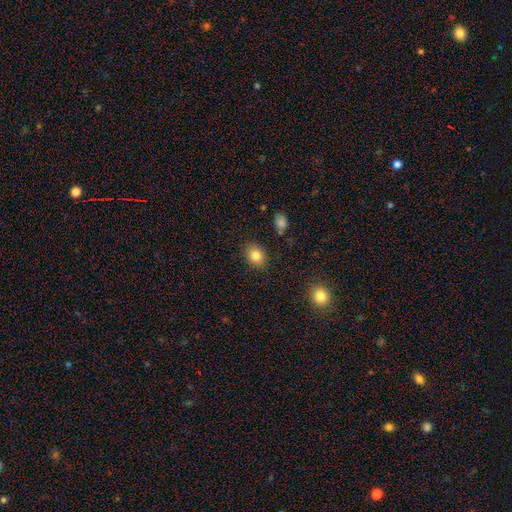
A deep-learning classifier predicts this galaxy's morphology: Overall: smooth (82%). How rounded: in between (60%; round 39%). Merging: none (86%).